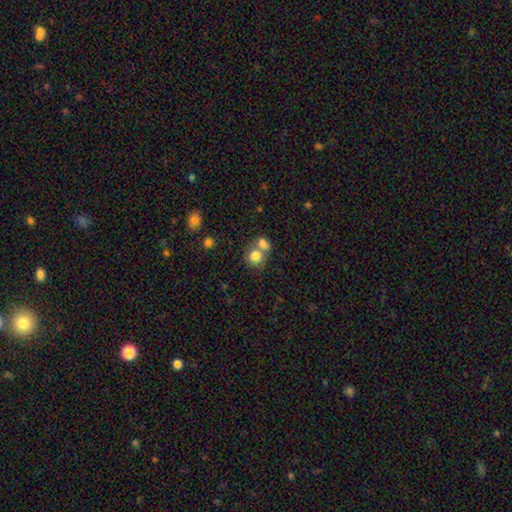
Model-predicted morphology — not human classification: Smooth or featured: smooth — 80% (star or artifact — 10%)
How rounded: round — 78% (in between — 21%)
Merging: merger — 49% (none — 40%)